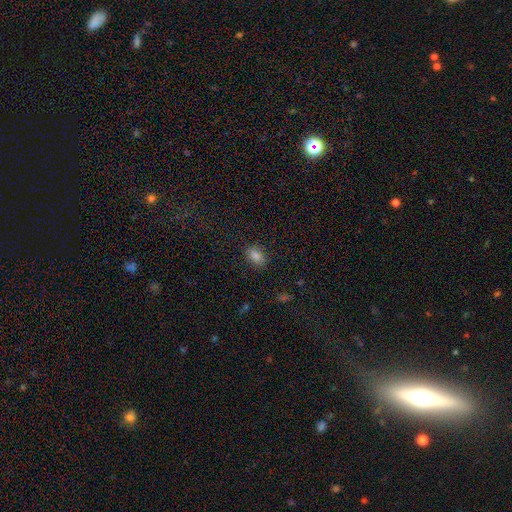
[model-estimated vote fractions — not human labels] A smooth galaxy with no disk features (82%) that is in between round and cigar-shaped (79%). Merging: none (87%).